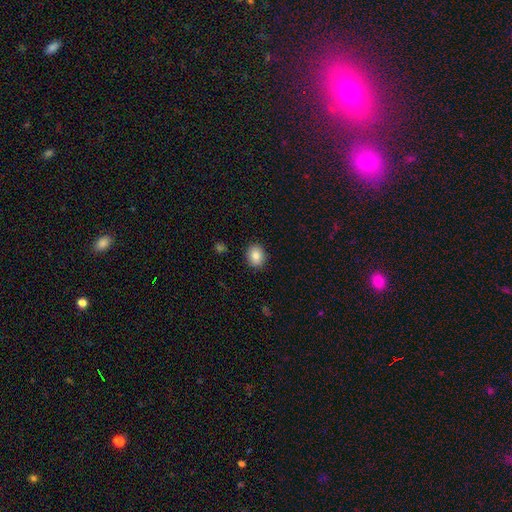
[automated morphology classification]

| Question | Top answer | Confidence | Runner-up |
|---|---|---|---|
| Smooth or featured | smooth | 85% | star or artifact (9%) |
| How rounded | round | 50% | in between (49%) |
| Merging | none | 89% | minor disturbance (7%) |